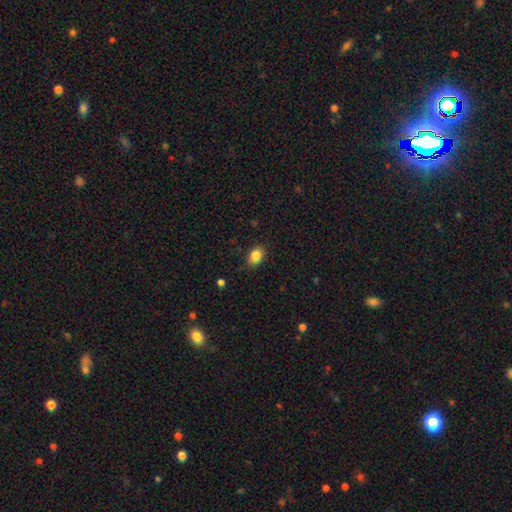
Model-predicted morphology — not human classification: A smooth galaxy with no disk features (85%) that is in between round and cigar-shaped (71%). Merging: none (85%).